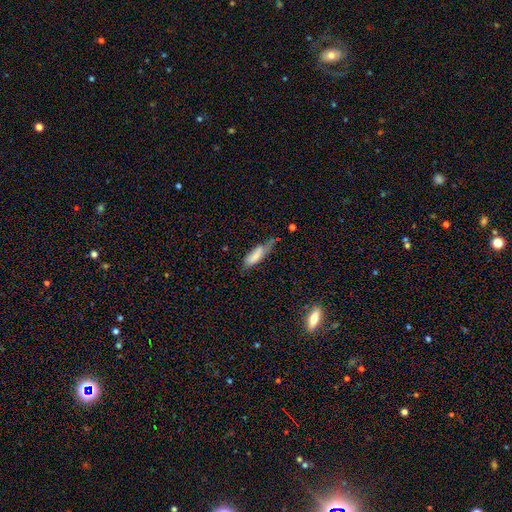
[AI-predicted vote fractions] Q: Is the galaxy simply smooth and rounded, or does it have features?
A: smooth — 74%.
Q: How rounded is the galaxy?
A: in between — 51%.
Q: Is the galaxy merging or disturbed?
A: none — 39%.